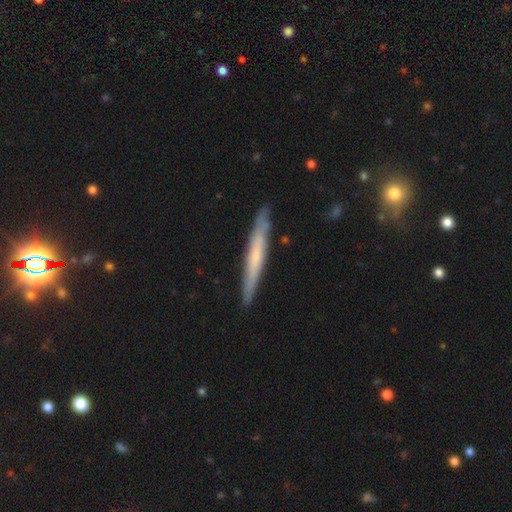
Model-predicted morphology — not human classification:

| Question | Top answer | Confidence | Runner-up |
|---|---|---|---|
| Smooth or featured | featured or disk | 48% | smooth (46%) |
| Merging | none | 87% | minor disturbance (10%) |